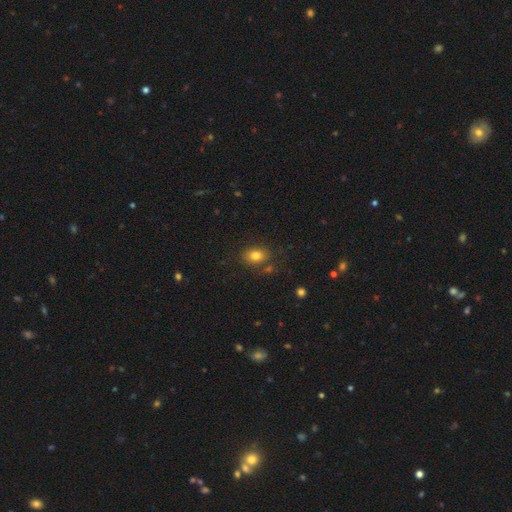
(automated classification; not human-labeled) Smooth or featured?
  - smooth: 80% *
  - star or artifact: 11%
  - featured or disk: 9%
How rounded?
  - in between: 69% *
  - round: 30%
  - cigar-shaped: 1%
Merging?
  - none: 76% *
  - minor disturbance: 12%
  - merger: 7%
  - major disturbance: 4%